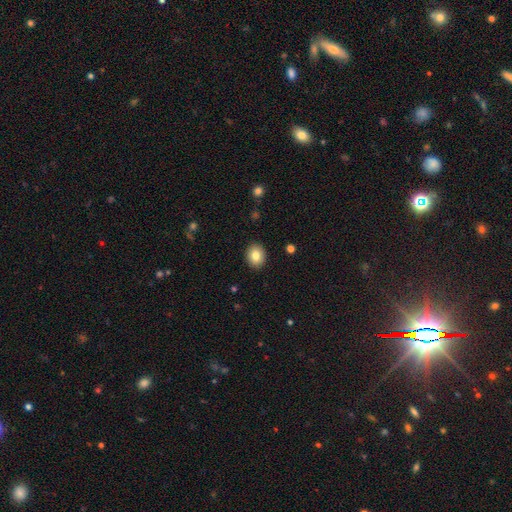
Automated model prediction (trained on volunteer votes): This appears to be a smooth galaxy with no disk features (82%) that is round (56%). Merging: none (91%).